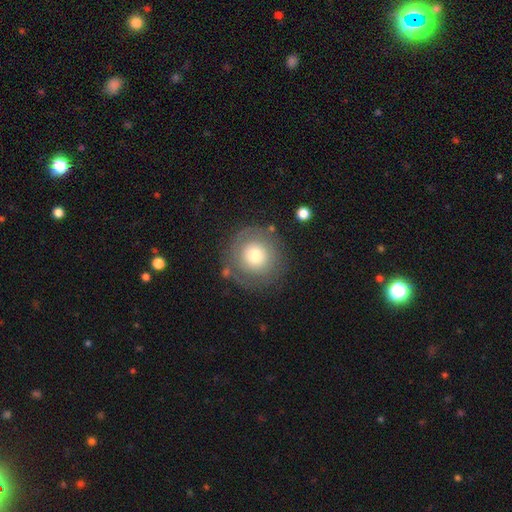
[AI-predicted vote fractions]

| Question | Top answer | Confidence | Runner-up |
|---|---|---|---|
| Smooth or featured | smooth | 57% | featured or disk (34%) |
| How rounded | round | 95% | in between (4%) |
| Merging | none | 80% | minor disturbance (12%) |